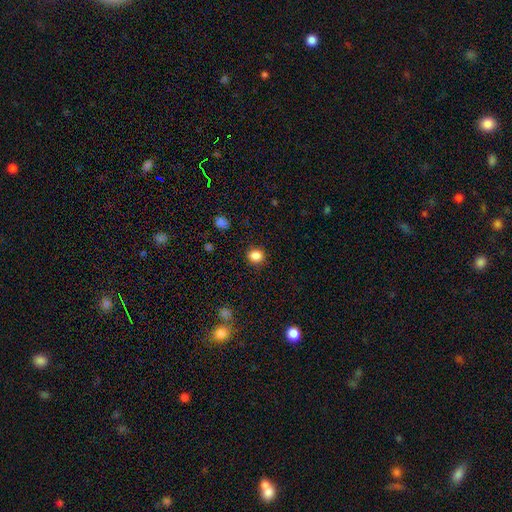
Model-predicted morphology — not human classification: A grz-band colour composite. It shows a smooth galaxy with no disk features (86%) that is round (75%). Merging: none (89%).